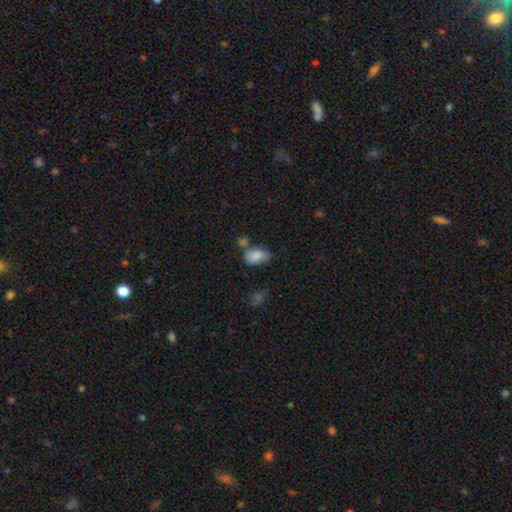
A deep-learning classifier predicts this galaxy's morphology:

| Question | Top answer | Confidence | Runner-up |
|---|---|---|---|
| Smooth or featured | smooth | 82% | featured or disk (10%) |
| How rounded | in between | 88% | round (11%) |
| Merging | none | 45% | minor disturbance (28%) |